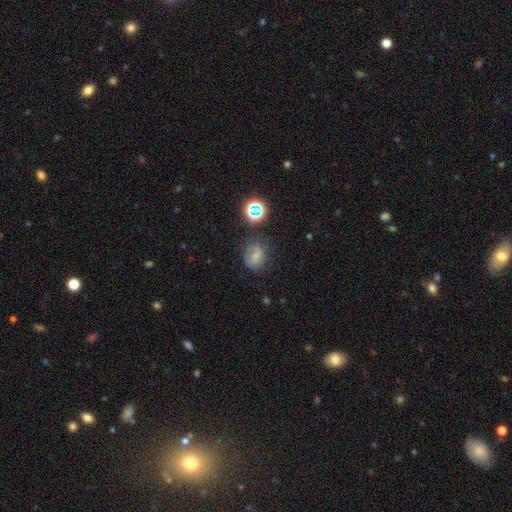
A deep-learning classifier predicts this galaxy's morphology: type=smooth (52%); roundness=round (58%); merging=none (58%).